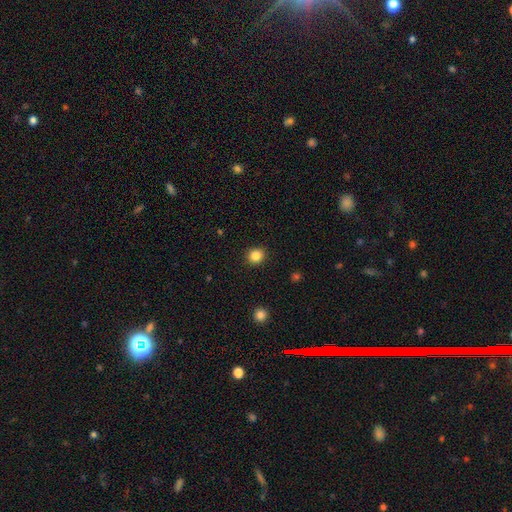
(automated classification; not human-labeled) Smooth or featured?
  - smooth: 85% *
  - star or artifact: 11%
  - featured or disk: 4%
How rounded?
  - round: 86% *
  - in between: 13%
  - cigar-shaped: 1%
Merging?
  - none: 91% *
  - minor disturbance: 6%
  - major disturbance: 2%
  - merger: 1%